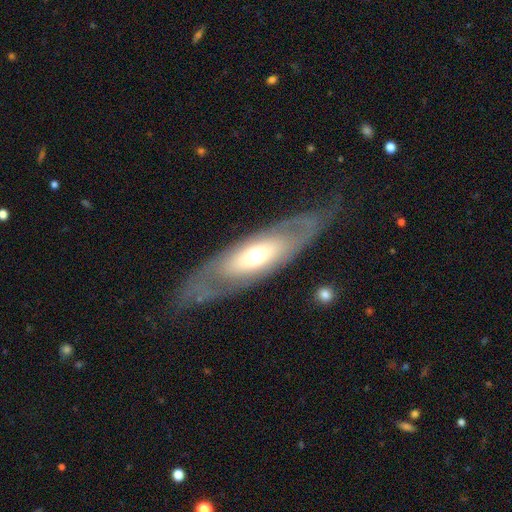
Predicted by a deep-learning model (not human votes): The model was most divided on "smooth or featured": featured or disk: 56%, smooth: 37%, star or artifact: 6%. More confident: merging — none (75%); edge-on disk — no (68%).